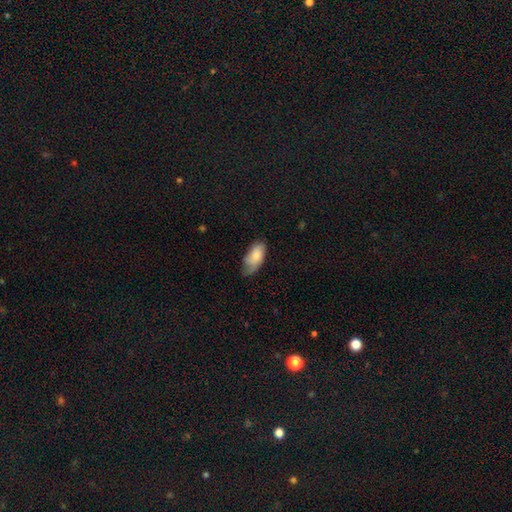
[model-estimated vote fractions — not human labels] This is likely a smooth galaxy (77%). How rounded: clearly in between (91%). Merging: possibly none (46%).